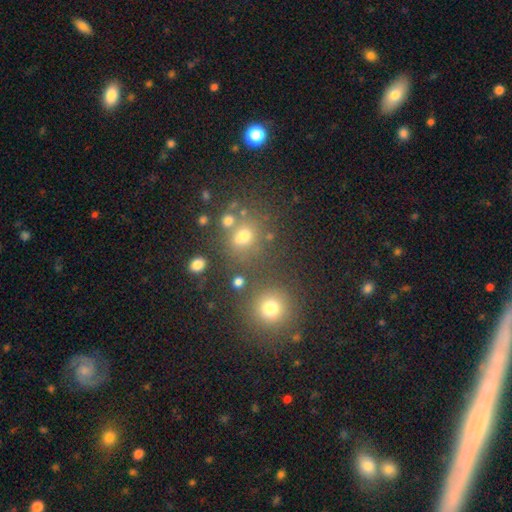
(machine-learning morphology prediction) smooth-or-featured: smooth: 47% | star or artifact: 43% | featured or disk: 10%
  merging: none: 78% | merger: 12% | minor disturbance: 8% | major disturbance: 3%